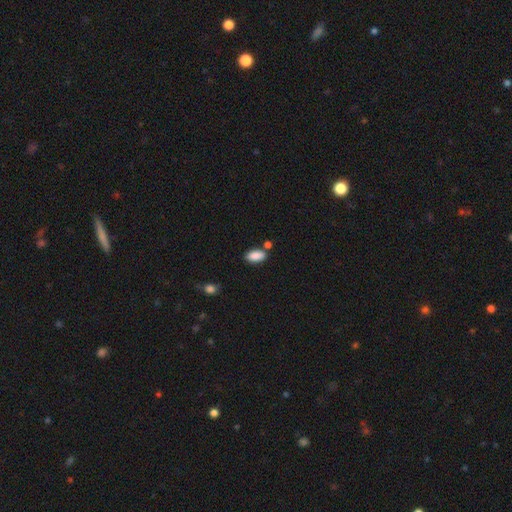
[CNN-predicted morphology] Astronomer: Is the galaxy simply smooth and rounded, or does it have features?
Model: smooth — 88%.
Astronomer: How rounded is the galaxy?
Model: in between — 91%.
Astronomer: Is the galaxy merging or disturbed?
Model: none — 74%.